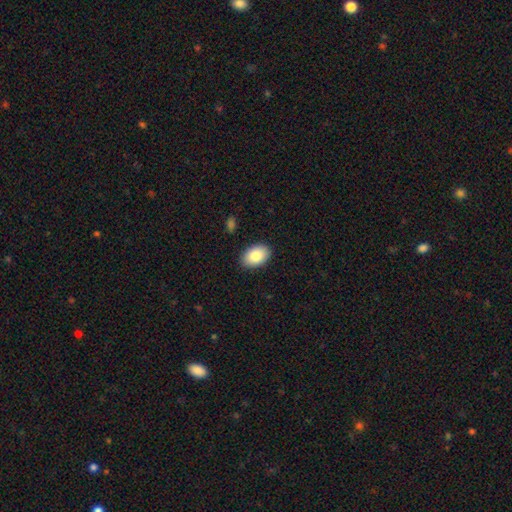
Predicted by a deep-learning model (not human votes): A smooth galaxy with no disk features (85%) that is in between round and cigar-shaped (90%). Merging: none (89%).